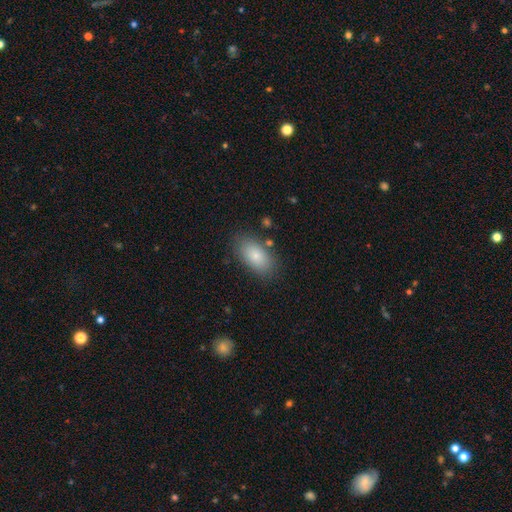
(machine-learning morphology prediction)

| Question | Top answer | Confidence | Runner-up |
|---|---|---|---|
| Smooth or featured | smooth | 80% | featured or disk (12%) |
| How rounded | in between | 92% | round (6%) |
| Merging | none | 81% | minor disturbance (12%) |